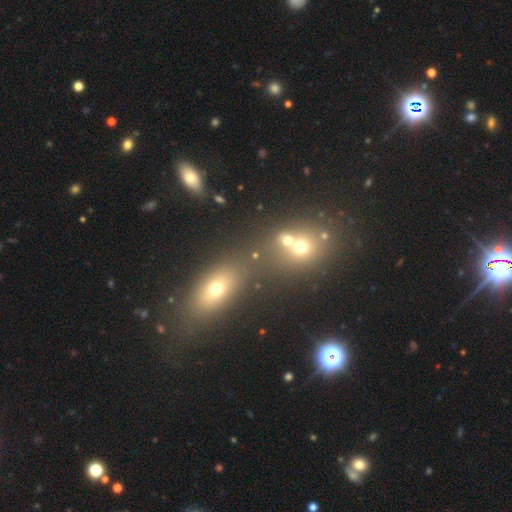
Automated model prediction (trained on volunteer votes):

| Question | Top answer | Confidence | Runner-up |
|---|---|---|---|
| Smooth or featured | smooth | 58% | star or artifact (26%) |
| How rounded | round | 49% | in between (45%) |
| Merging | none | 49% | merger (36%) |